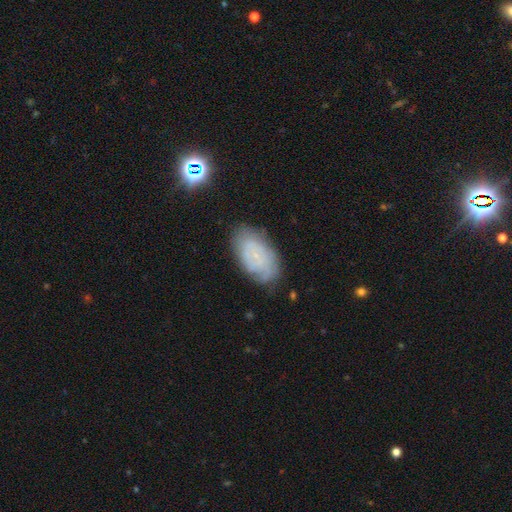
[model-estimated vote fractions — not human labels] Smooth or featured? featured or disk (52%)
Edge-on disk? no (95%)
Merging? none (71%)